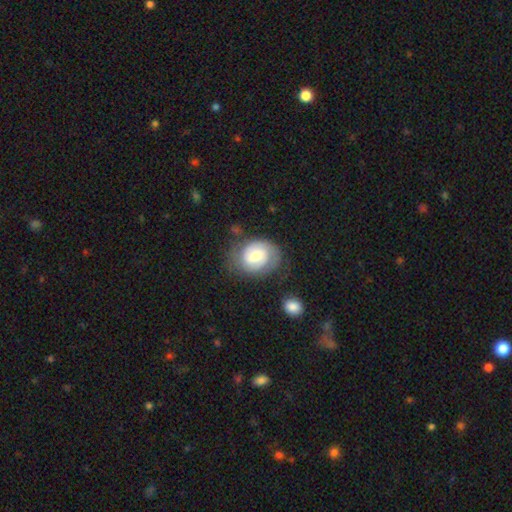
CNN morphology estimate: This is likely a featured or disk galaxy (65%). It is clearly not viewed edge-on (97%). Bar: possibly weak (49%). Spiral arm pattern: clearly yes (88%). Spiral arm count: likely 2 (69%). Spiral winding: possibly tight (53%). Central bulge: possibly moderate (50%). Merging: likely none (63%).